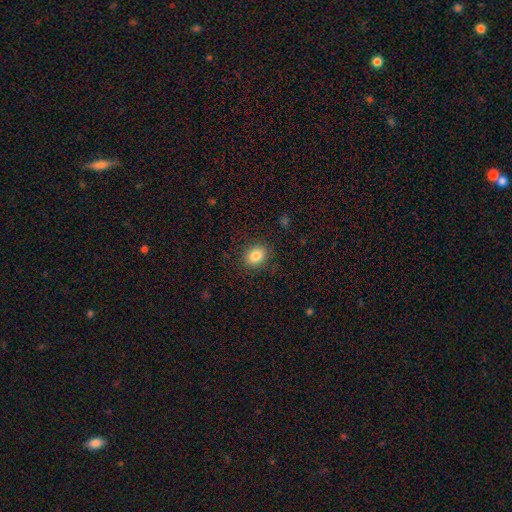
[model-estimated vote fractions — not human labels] A smooth galaxy with no disk features (85%) that is round (53%).

Vote fractions:
- Smooth or featured? smooth: 85% / star or artifact: 10% / featured or disk: 6%
- How rounded? round: 53% / in between: 46% / cigar-shaped: 1%
- Merging? none: 88% / minor disturbance: 9% / major disturbance: 3% / merger: 1%